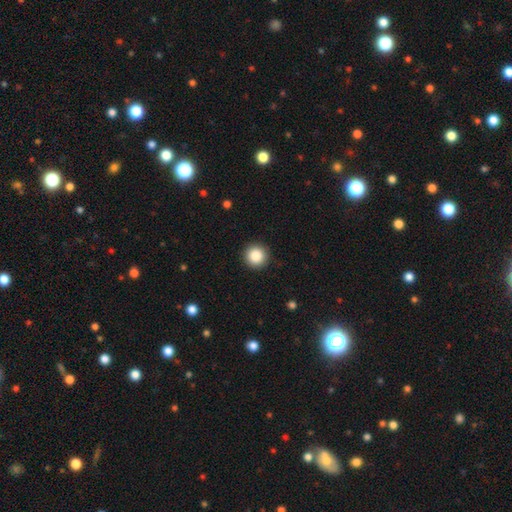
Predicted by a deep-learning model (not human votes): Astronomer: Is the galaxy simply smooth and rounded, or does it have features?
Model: smooth — 87%.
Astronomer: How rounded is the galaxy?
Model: round — 96%.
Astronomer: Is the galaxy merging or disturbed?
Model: none — 92%.